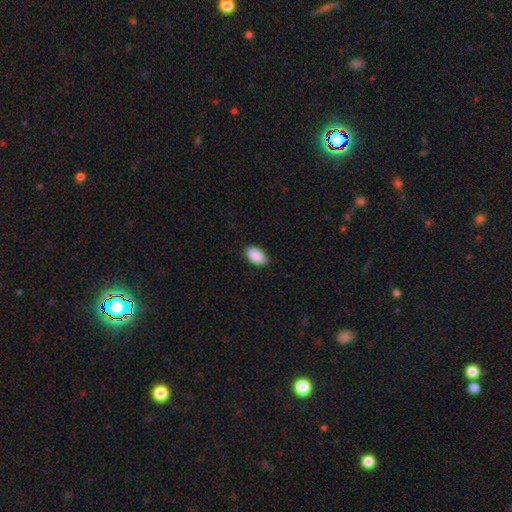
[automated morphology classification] Smooth or featured?
  - smooth: 91% *
  - star or artifact: 6%
  - featured or disk: 3%
How rounded?
  - in between: 95% *
  - round: 4%
  - cigar-shaped: 2%
Merging?
  - none: 86% *
  - minor disturbance: 11%
  - major disturbance: 2%
  - merger: 1%